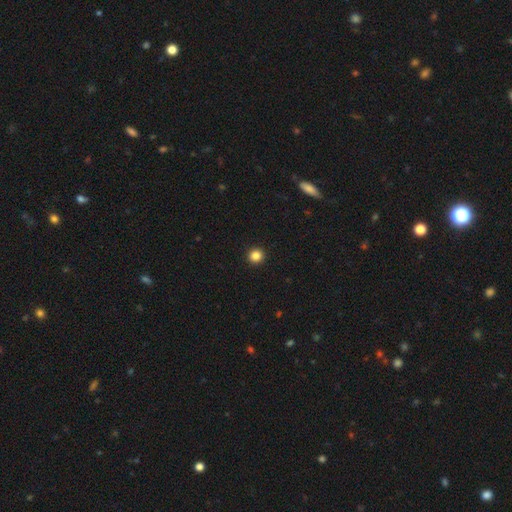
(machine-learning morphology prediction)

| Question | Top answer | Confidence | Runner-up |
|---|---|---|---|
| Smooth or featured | smooth | 85% | star or artifact (11%) |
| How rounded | round | 94% | in between (5%) |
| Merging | none | 94% | minor disturbance (4%) |